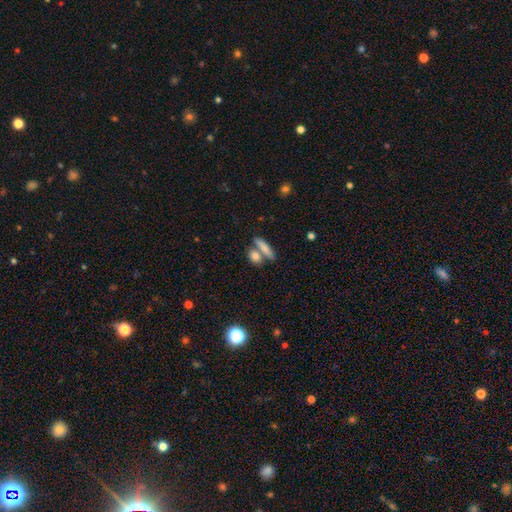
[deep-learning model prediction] Smooth or featured? smooth (79%)
How rounded? in between (54%)
Merging? none (52%)